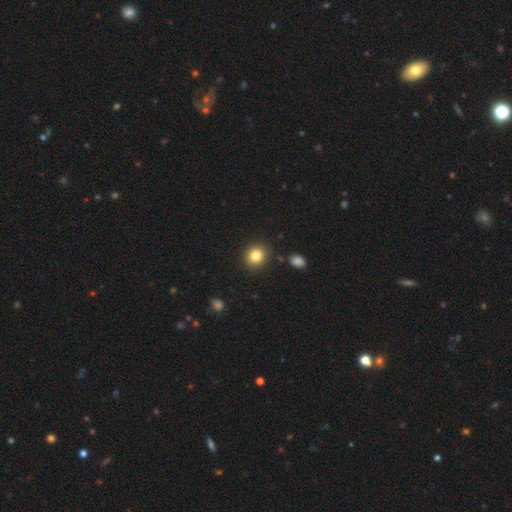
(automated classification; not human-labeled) This is clearly a smooth galaxy (83%). How rounded: clearly round (83%). Merging: clearly none (89%).